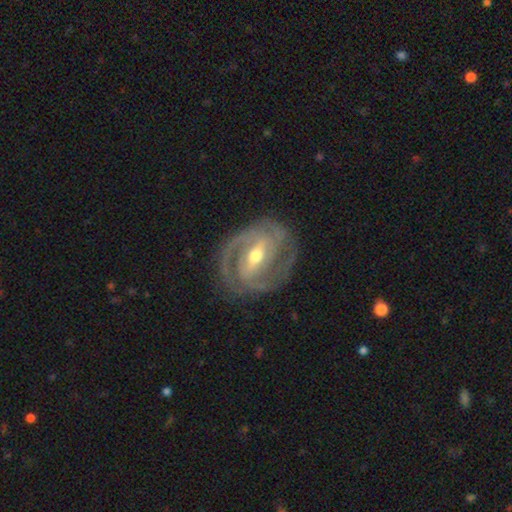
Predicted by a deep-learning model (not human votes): Q: Smooth or featured?
A: featured or disk (89%); runner-up: smooth (6%)
Q: Edge-on disk?
A: no (96%); runner-up: yes (4%)
Q: Bar?
A: strong (52%); runner-up: weak (36%)
Q: Spiral arms?
A: yes (95%); runner-up: no (5%)
Q: Spiral winding?
A: tight (58%); runner-up: medium (35%)
Q: Spiral arm count?
A: 2 (66%); runner-up: 3 (15%)
Q: Bulge size?
A: moderate (66%); runner-up: small (29%)
Q: Merging?
A: none (78%); runner-up: minor disturbance (15%)